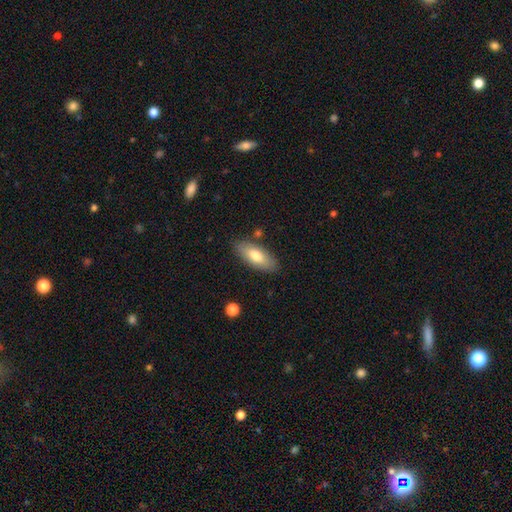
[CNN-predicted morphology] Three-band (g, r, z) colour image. It shows a smooth galaxy with no disk features (75%) that is in between round and cigar-shaped (81%). Merging: none (83%).